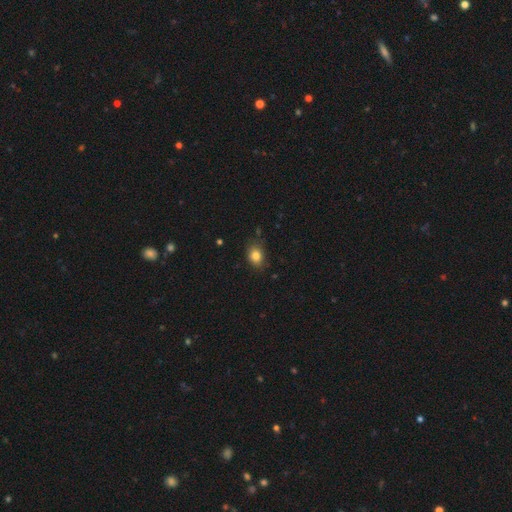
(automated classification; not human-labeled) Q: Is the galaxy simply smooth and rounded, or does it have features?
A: smooth — 83%.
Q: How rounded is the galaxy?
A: in between — 61%.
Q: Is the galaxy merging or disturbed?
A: none — 77%.